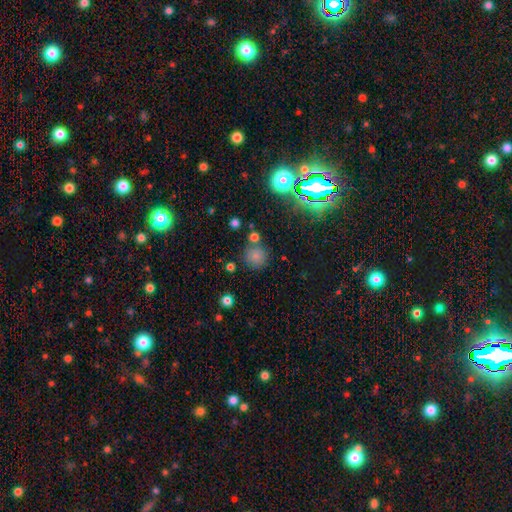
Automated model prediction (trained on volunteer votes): smooth_or_featured: smooth (p=0.73) [alt: star or artifact p=0.19]
how_rounded: round (p=0.92) [alt: in between p=0.07]
merging: none (p=0.76) [alt: minor disturbance p=0.10]